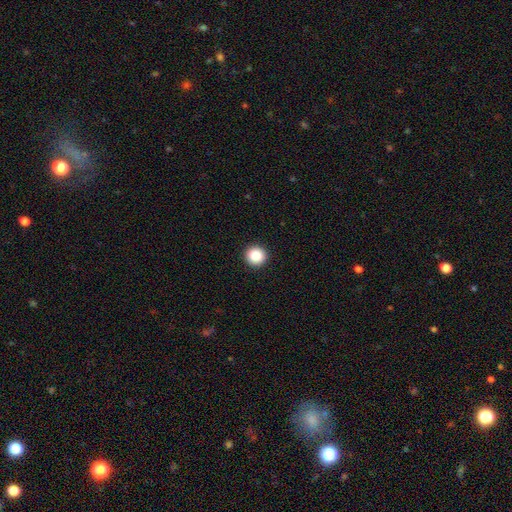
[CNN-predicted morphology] A smooth galaxy with no disk features (87%) that is round (95%). Merging: none (93%).